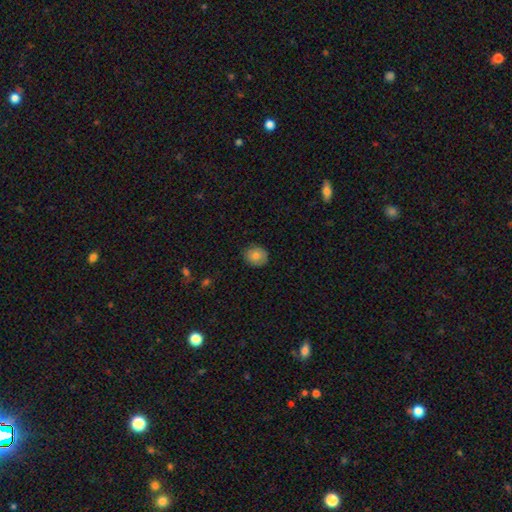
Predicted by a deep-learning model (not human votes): smooth_or_featured: smooth (p=0.77) [alt: featured or disk p=0.14]
how_rounded: round (p=0.81) [alt: in between p=0.18]
merging: none (p=0.85) [alt: minor disturbance p=0.11]